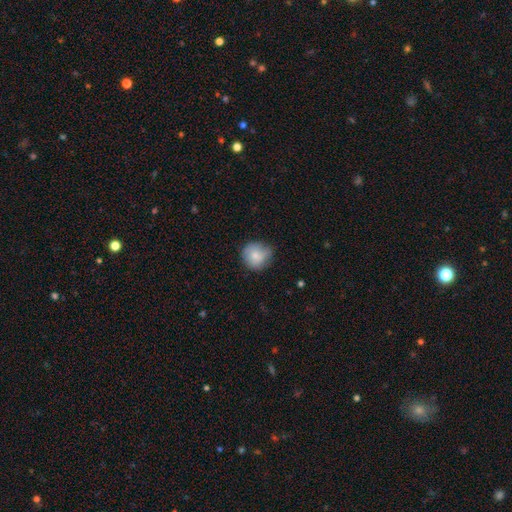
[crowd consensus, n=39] Overall: smooth (79%). How rounded: round (90%). Merging: none (66%; minor disturbance 29%).